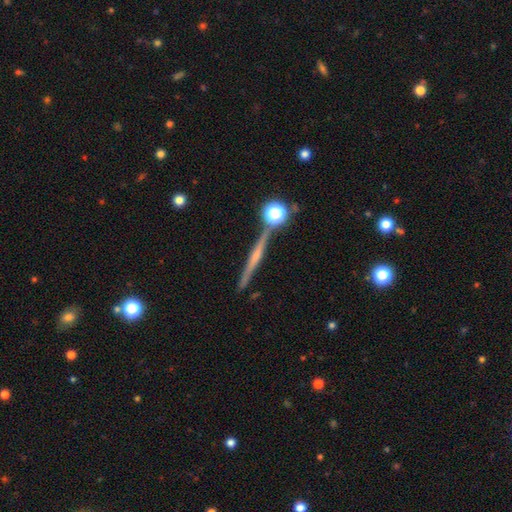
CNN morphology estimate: featured or disk 70%, smooth 21%, star or artifact 8%. Down the decision tree: edge-on disk — yes (98%); edge-on bulge — rounded (58%); merging — none (85%).